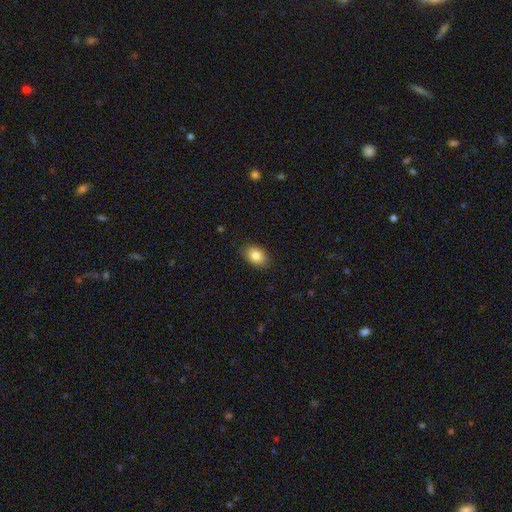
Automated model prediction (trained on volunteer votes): Smooth or featured: smooth — 84% (featured or disk — 8%)
How rounded: in between — 82% (round — 16%)
Merging: none — 86% (minor disturbance — 11%)